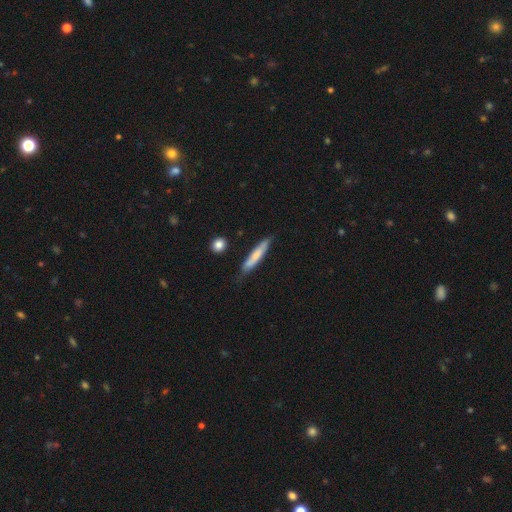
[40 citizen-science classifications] smooth_or_featured: featured or disk (p=0.50) [alt: smooth p=0.45]
disk_edge_on: yes (p=0.75) [alt: no p=0.25]
edge_on_bulge: rounded (p=0.40) [alt: boxy p=0.33]
merging: none (p=0.79) [alt: minor disturbance p=0.16]